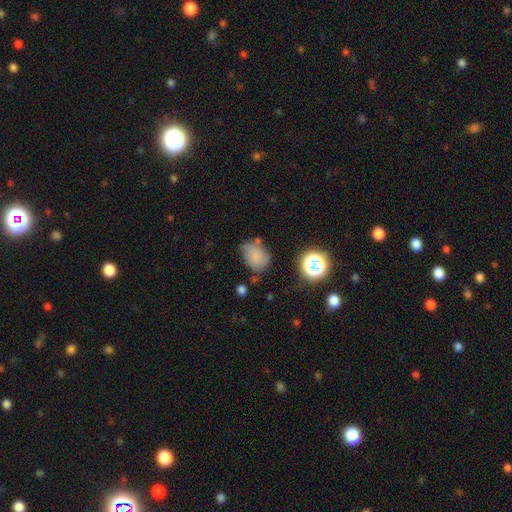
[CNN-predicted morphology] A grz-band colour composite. It shows a smooth galaxy with no disk features (70%) that is in between round and cigar-shaped (70%). Merging: none (52%).